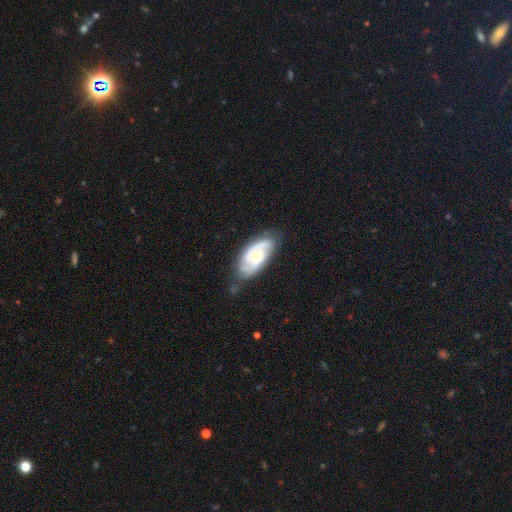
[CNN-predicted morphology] A featured or disk galaxy (73%) with no bar (51%), 2 (57%) medium (44%) spiral arms (94%) and a small central bulge (58%).

Vote fractions:
- Smooth or featured? featured or disk: 73% / smooth: 21% / star or artifact: 6%
- Edge-on disk? no: 95% / yes: 5%
- Bar? no: 51% / weak: 40% / strong: 9%
- Spiral arms? yes: 94% / no: 6%
- Spiral winding? medium: 44% / tight: 42% / loose: 14%
- Spiral arm count? 2: 57% / can't tell: 18% / 3: 17% / 1: 3% / 4: 3% / more than 4: 2%
- Bulge size? small: 58% / moderate: 30% / none: 8% / large: 3% / dominant: 1%
- Merging? none: 70% / minor disturbance: 22% / major disturbance: 6% / merger: 2%